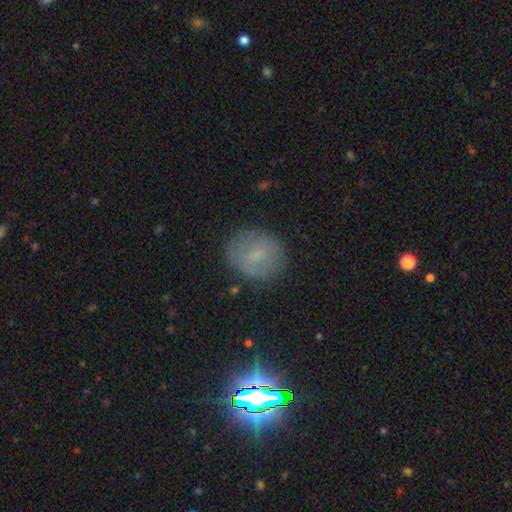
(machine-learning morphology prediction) This appears to be a smooth galaxy with no disk features (64%) that is round (75%). Merging: none (80%).